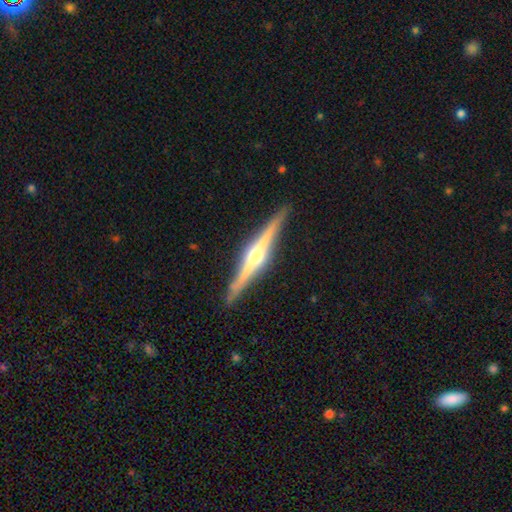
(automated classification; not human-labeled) Overall: featured or disk (82%). Edge-on disk: yes (98%). Edge-on bulge: rounded (93%). Merging: none (90%).